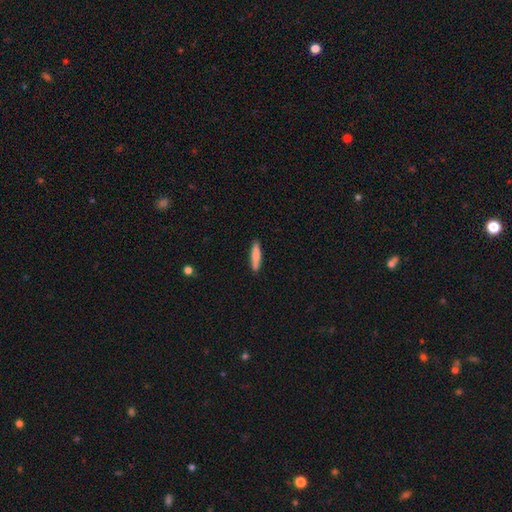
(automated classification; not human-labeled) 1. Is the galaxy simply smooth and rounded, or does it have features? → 82% smooth, 13% featured or disk, 6% star or artifact.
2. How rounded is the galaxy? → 87% cigar-shaped, 12% in between, 1% round.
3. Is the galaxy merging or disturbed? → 88% none, 9% minor disturbance, 2% major disturbance, 1% merger.